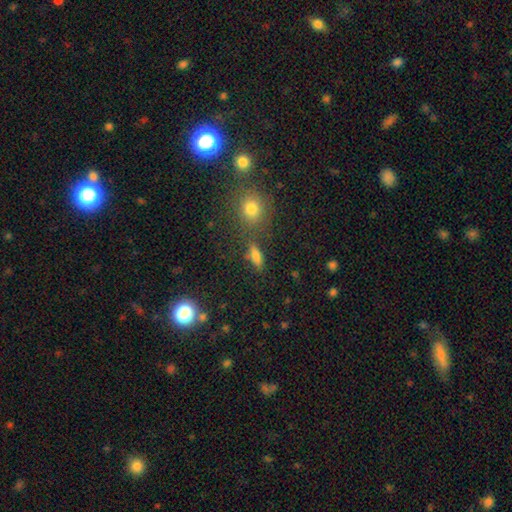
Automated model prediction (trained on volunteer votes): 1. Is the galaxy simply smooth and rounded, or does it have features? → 71% smooth, 15% star or artifact, 13% featured or disk.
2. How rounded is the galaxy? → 59% in between, 29% cigar-shaped, 12% round.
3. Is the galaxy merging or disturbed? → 71% none, 13% minor disturbance, 10% merger, 6% major disturbance.